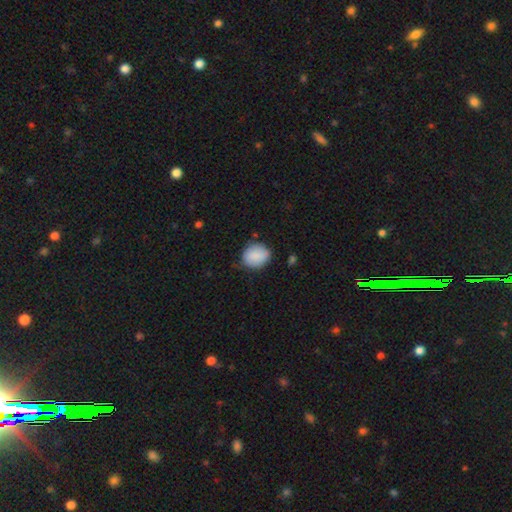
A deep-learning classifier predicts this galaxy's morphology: Smooth or featured? smooth (87%)
How rounded? round (64%)
Merging? none (77%)